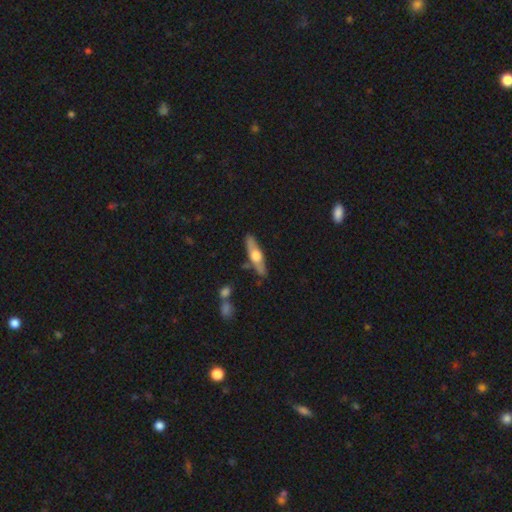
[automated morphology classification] This appears to be a featured or disk galaxy (55%) viewed edge-on (87%). Merging: none (83%).